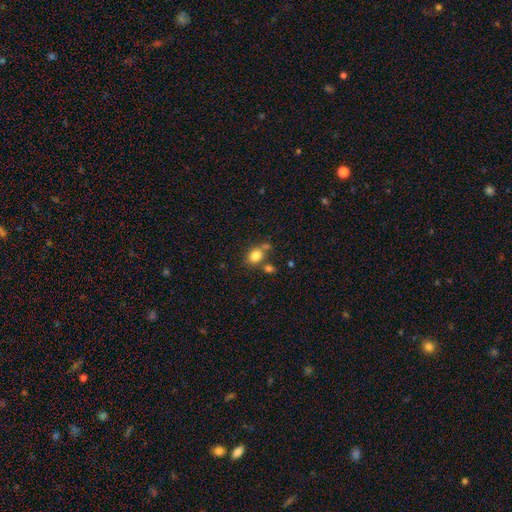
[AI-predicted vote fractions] Smooth or featured: smooth — 82% (star or artifact — 10%)
How rounded: in between — 60% (round — 39%)
Merging: none — 58% (merger — 21%)